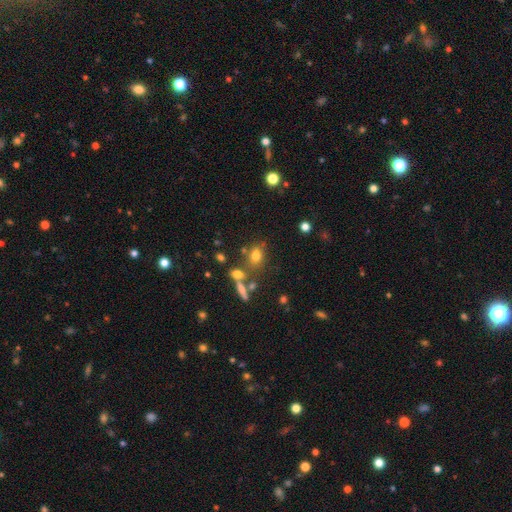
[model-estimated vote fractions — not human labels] smooth 72%, star or artifact 15%, featured or disk 13%. Down the decision tree: how rounded — in between (63%); merging — none (62%).